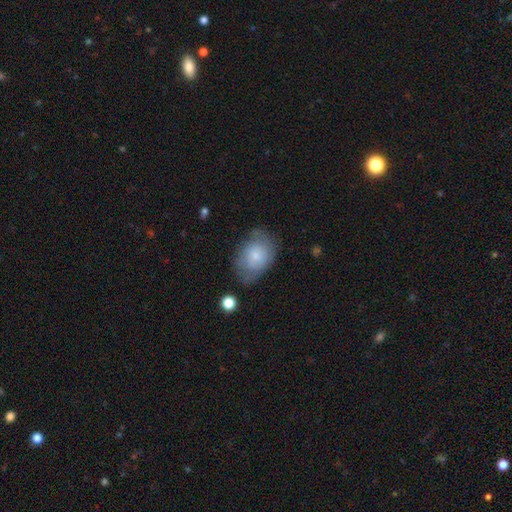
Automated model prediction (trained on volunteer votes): Smooth or featured: smooth — 68% (featured or disk — 25%)
How rounded: in between — 79% (round — 20%)
Merging: none — 59% (minor disturbance — 27%)